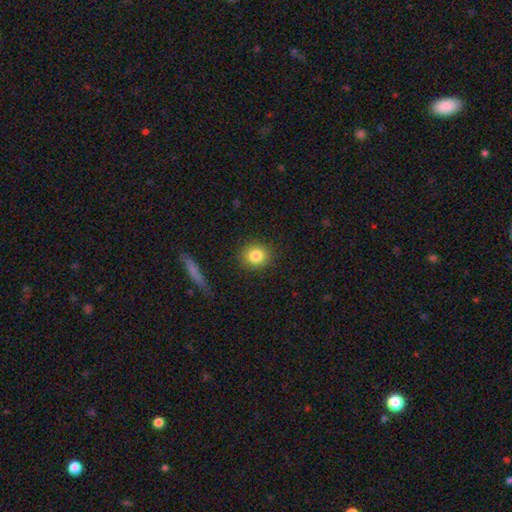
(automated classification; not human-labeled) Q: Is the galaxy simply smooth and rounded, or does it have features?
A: smooth — 83%.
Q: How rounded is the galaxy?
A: round — 86%.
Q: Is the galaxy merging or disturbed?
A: none — 89%.